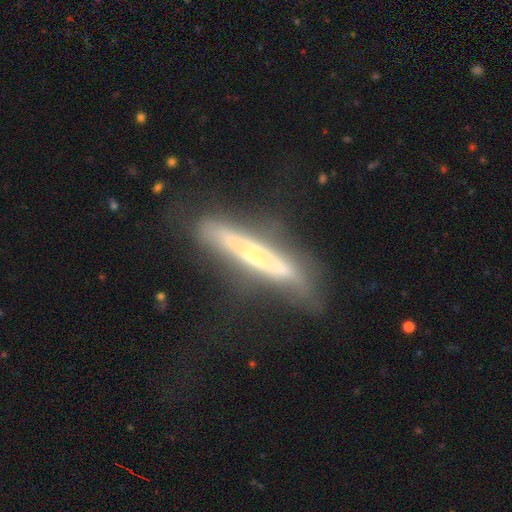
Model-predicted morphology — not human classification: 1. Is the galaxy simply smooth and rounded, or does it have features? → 65% featured or disk, 28% smooth, 7% star or artifact.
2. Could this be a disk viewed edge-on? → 79% yes, 21% no.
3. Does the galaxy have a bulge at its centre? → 52% none, 37% rounded, 11% boxy.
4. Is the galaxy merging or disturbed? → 66% none, 21% minor disturbance, 10% major disturbance, 3% merger.